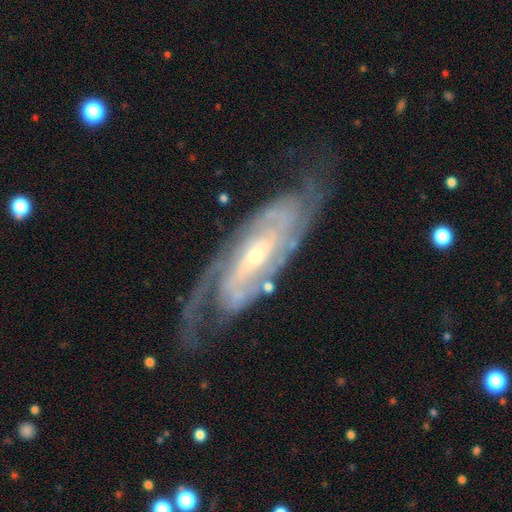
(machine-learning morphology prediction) smooth-or-featured: featured or disk: 91% | star or artifact: 5% | smooth: 5%
  disk-edge-on: no: 91% | yes: 9%
    bar: weak: 37% | no: 36% | strong: 27%
    has-spiral-arms: yes: 98% | no: 2%
      spiral-winding: tight: 62% | medium: 32% | loose: 6%
      spiral-arm-count: 2: 46% | can't tell: 19% | 3: 17% | 4: 8% | more than 4: 5% | 1: 5%
    bulge-size: small: 66% | moderate: 30% | large: 2% | none: 1% | dominant: 1%
  merging: none: 72% | minor disturbance: 17% | major disturbance: 8% | merger: 2%